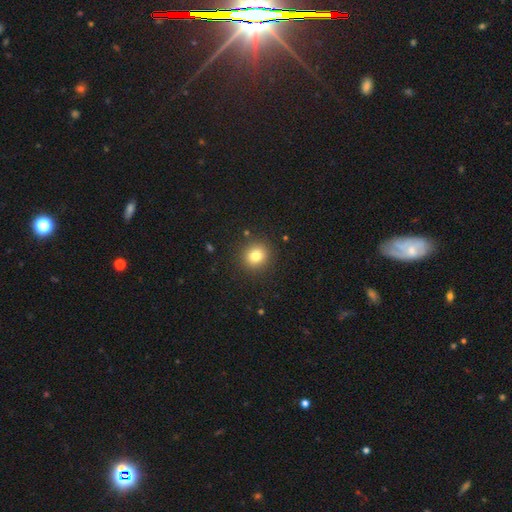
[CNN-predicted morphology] Smooth or featured: smooth — 79% (star or artifact — 13%)
How rounded: round — 87% (in between — 12%)
Merging: none — 90% (minor disturbance — 7%)